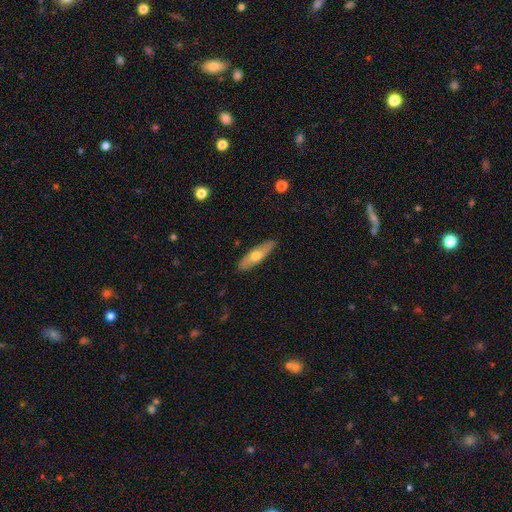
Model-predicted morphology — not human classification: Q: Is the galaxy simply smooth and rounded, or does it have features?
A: smooth — 55%.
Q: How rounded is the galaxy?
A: cigar-shaped — 63%.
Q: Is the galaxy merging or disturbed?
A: none — 88%.